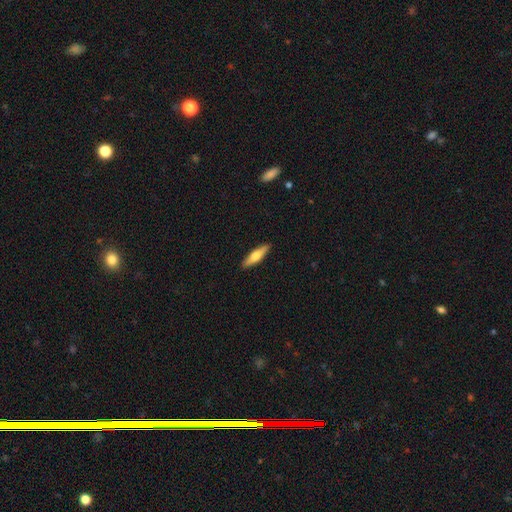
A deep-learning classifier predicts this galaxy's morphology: smooth-or-featured: smooth: 58% | featured or disk: 36% | star or artifact: 5%
  how-rounded: cigar-shaped: 71% | in between: 27% | round: 2%
  merging: none: 91% | minor disturbance: 7% | major disturbance: 1% | merger: 1%